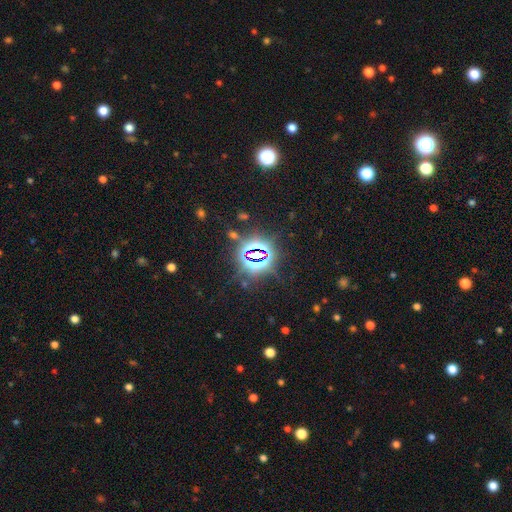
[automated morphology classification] Smooth or featured: star or artifact — 82% (smooth — 10%)